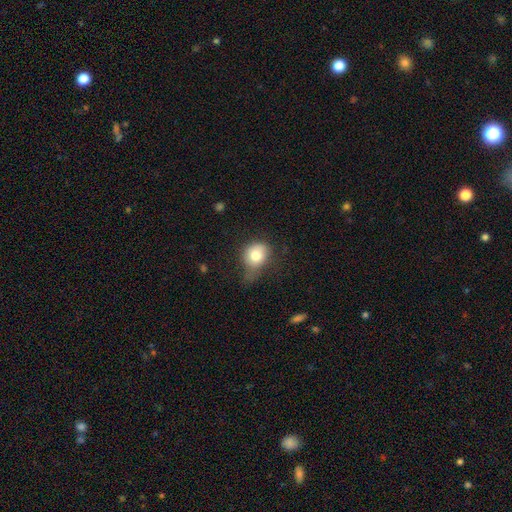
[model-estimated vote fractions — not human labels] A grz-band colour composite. It shows a smooth galaxy with no disk features (79%) that is round (62%). Merging: minor disturbance (39%).